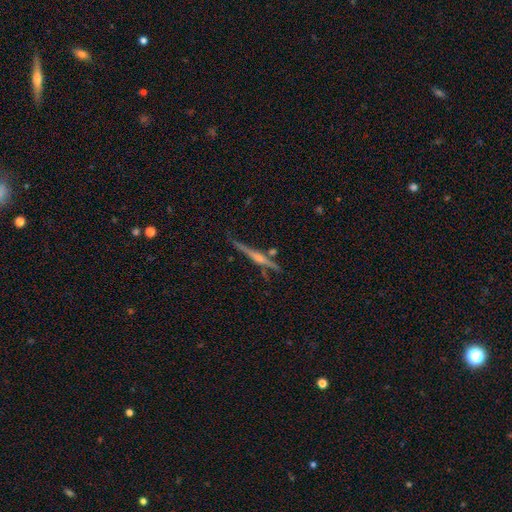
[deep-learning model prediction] Smooth or featured?
  - featured or disk: 80% *
  - smooth: 12%
  - star or artifact: 8%
Edge-on disk?
  - yes: 98% *
  - no: 2%
Edge-on bulge?
  - rounded: 79% *
  - none: 14%
  - boxy: 8%
Merging?
  - none: 81% *
  - minor disturbance: 12%
  - merger: 4%
  - major disturbance: 3%